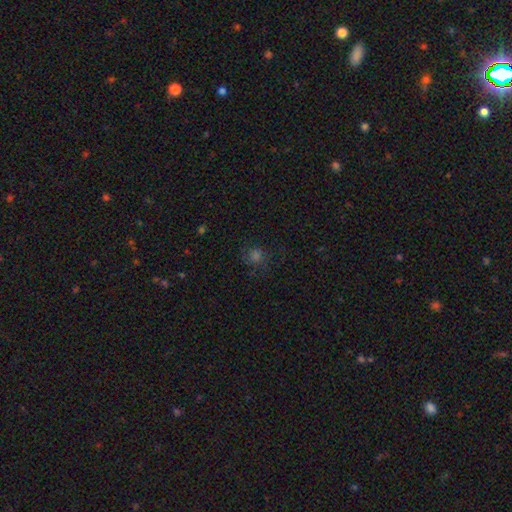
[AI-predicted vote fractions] The model was most divided on "smooth or featured": smooth: 55%, star or artifact: 30%, featured or disk: 15%. More confident: how rounded — round (87%); merging — none (75%).